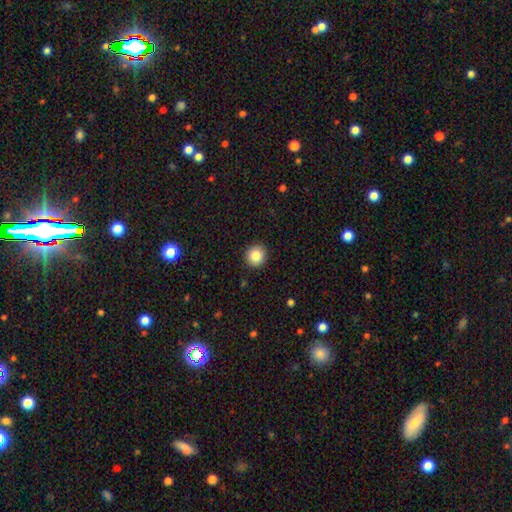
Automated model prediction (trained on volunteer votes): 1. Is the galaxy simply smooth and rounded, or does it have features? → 85% smooth, 9% star or artifact, 6% featured or disk.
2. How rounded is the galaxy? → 91% round, 8% in between, 1% cigar-shaped.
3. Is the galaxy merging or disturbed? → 91% none, 6% minor disturbance, 2% major disturbance, 1% merger.